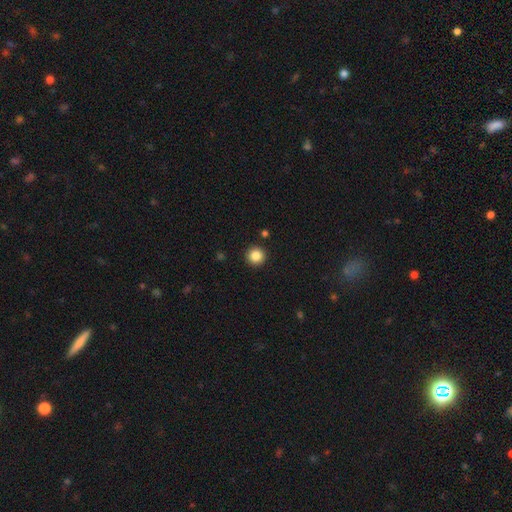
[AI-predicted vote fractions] This is clearly a smooth galaxy (86%). How rounded: clearly round (96%). Merging: clearly none (93%).